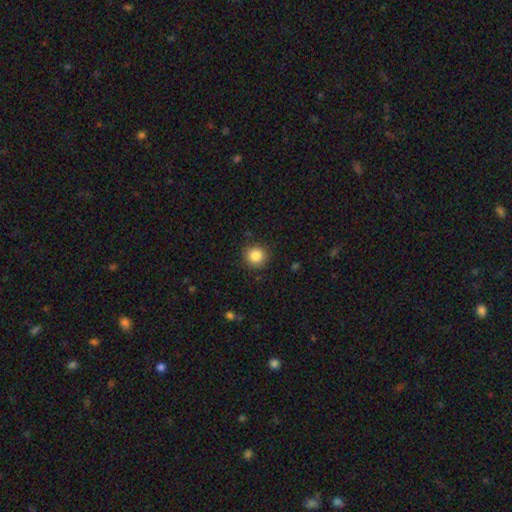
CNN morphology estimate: smooth-or-featured: smooth: 85% | star or artifact: 10% | featured or disk: 5%
  how-rounded: round: 93% | in between: 6% | cigar-shaped: 1%
  merging: none: 90% | minor disturbance: 7% | major disturbance: 2% | merger: 1%